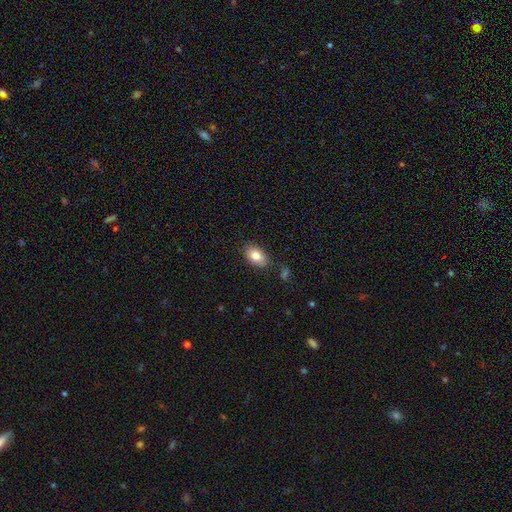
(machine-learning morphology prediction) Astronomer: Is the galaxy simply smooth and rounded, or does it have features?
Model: smooth — 81%.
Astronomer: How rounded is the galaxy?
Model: in between — 90%.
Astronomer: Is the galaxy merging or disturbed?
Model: none — 82%.